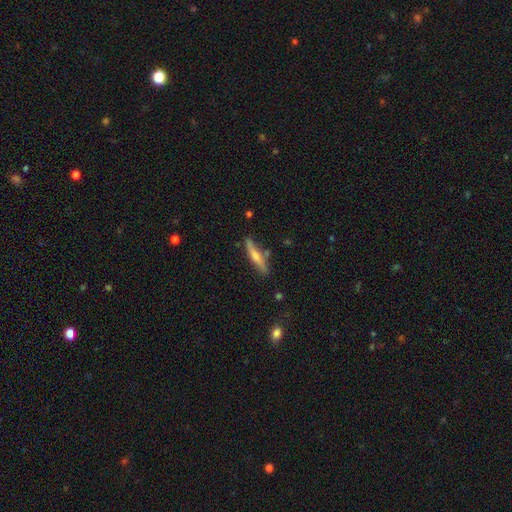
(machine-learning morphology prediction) smooth-or-featured: featured or disk: 52% | smooth: 42% | star or artifact: 7%
  disk-edge-on: yes: 94% | no: 6%
  merging: none: 80% | minor disturbance: 14% | merger: 4% | major disturbance: 3%